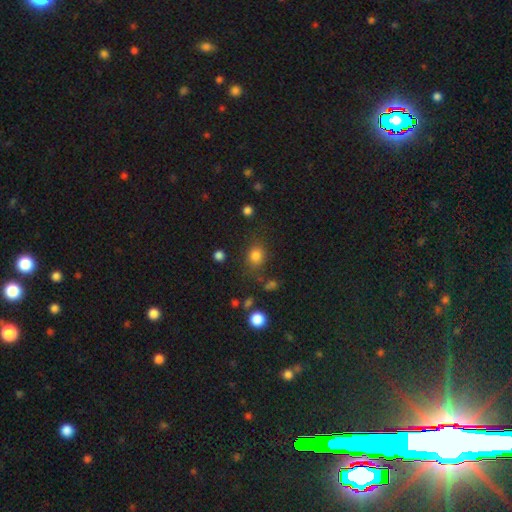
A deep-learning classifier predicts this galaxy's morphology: Smooth or featured? smooth (81%)
How rounded? round (69%)
Merging? none (76%)